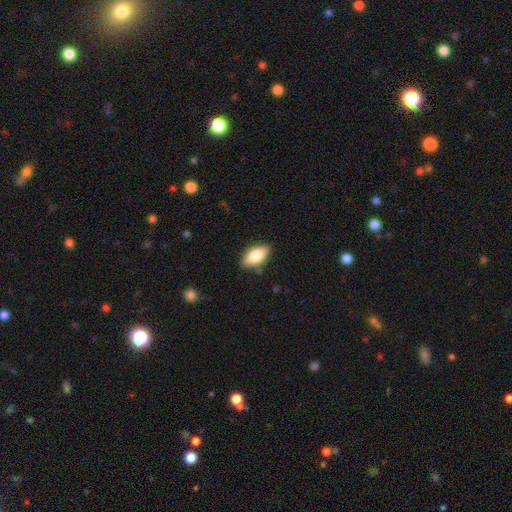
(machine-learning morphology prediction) This appears to be a smooth galaxy with no disk features (76%) that is in between round and cigar-shaped (89%). Merging: none (84%).